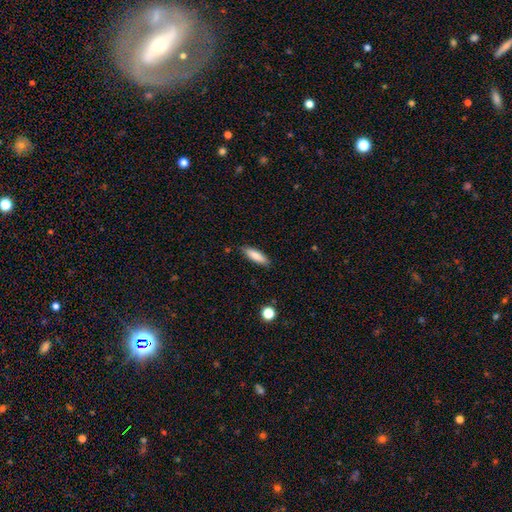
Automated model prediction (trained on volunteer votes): smooth 82%, featured or disk 11%, star or artifact 7%. Down the decision tree: how rounded — cigar-shaped (62%); merging — none (85%).